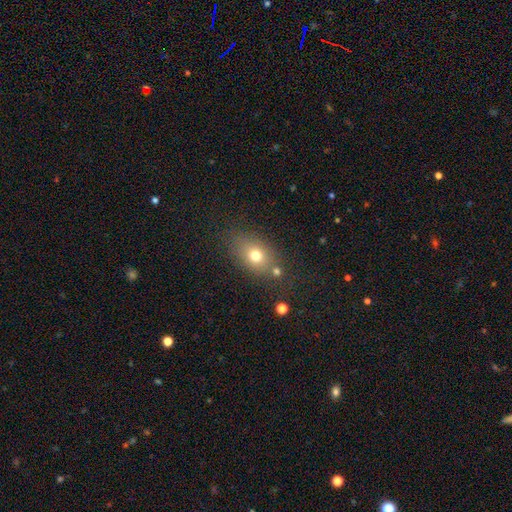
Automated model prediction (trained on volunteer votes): Overall: smooth (72%). How rounded: in between (67%; round 31%). Merging: none (71%).